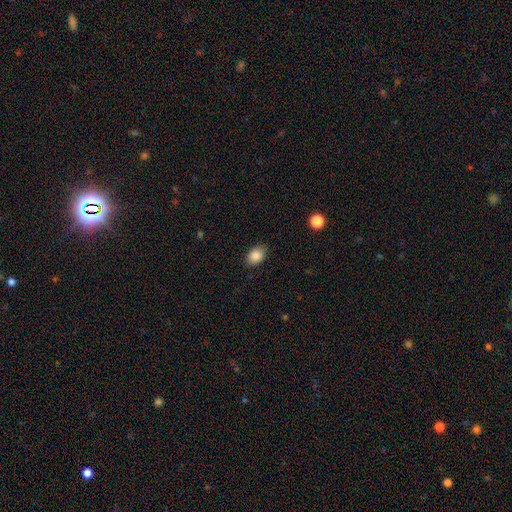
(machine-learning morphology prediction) Q: Smooth or featured?
A: smooth (87%); runner-up: star or artifact (8%)
Q: How rounded?
A: in between (79%); runner-up: round (20%)
Q: Merging?
A: none (84%); runner-up: minor disturbance (12%)